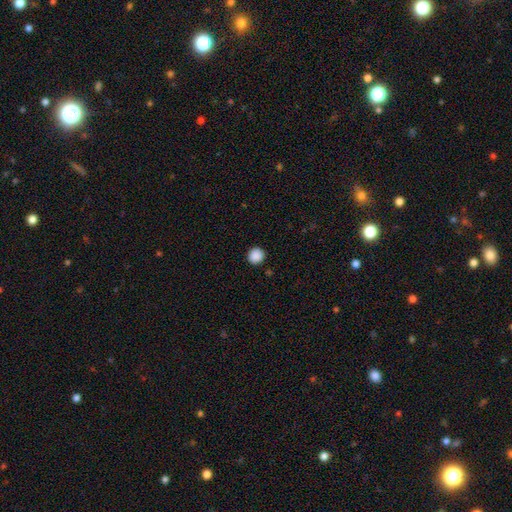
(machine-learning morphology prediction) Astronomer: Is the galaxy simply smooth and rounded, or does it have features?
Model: smooth — 89%.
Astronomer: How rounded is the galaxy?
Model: round — 94%.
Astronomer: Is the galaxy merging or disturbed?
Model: none — 92%.